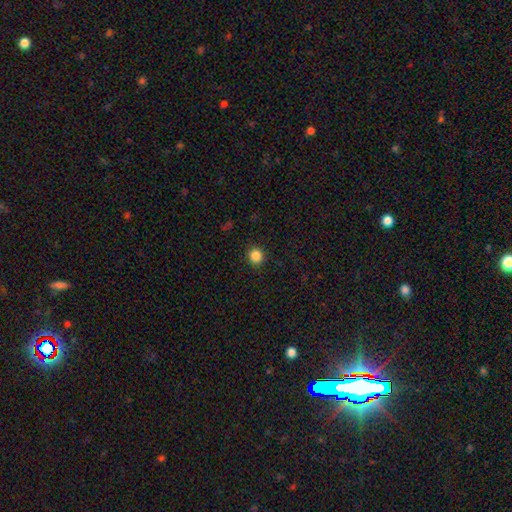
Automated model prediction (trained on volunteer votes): The model was most divided on "smooth or featured": smooth: 86%, star or artifact: 11%, featured or disk: 3%. More confident: how rounded — round (93%); merging — none (91%).